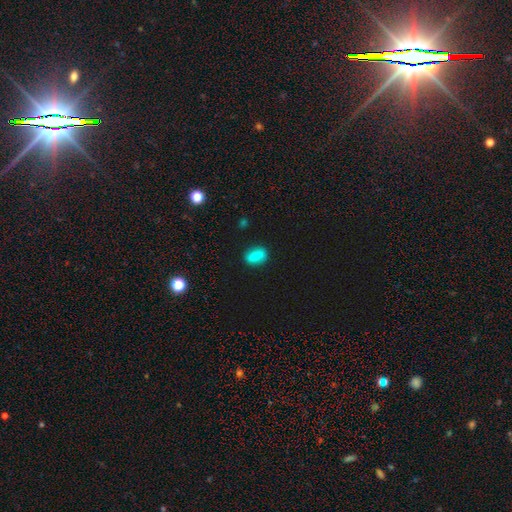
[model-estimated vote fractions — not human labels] Smooth or featured? Predicted: smooth (p=0.68). How rounded? Predicted: in between (p=0.69). Merging? Predicted: none (p=0.87).